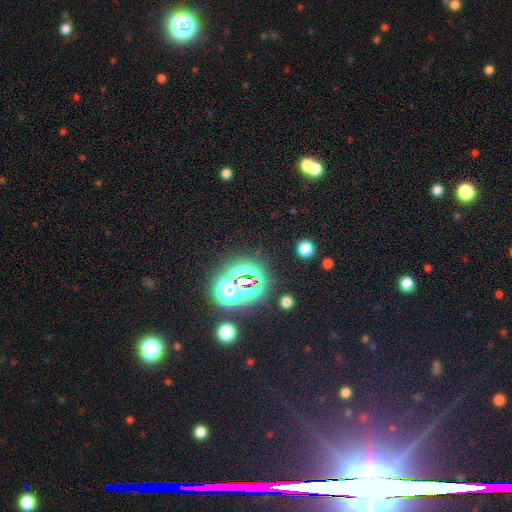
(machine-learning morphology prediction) smooth-or-featured: star or artifact: 78% | smooth: 13% | featured or disk: 9%